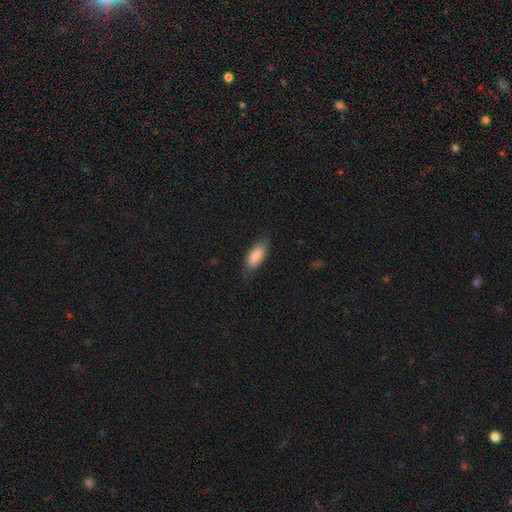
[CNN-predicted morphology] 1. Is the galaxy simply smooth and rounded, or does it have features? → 84% smooth, 10% featured or disk, 6% star or artifact.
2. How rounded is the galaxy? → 83% in between, 15% cigar-shaped, 2% round.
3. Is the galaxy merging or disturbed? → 74% none, 20% minor disturbance, 5% major disturbance, 1% merger.